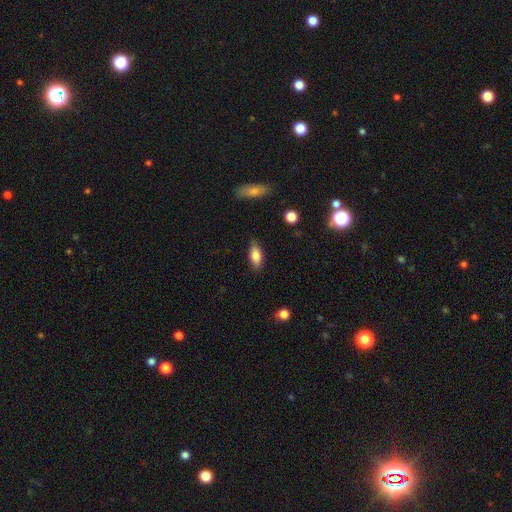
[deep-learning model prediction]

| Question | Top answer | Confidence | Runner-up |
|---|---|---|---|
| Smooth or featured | smooth | 83% | featured or disk (10%) |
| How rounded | in between | 84% | cigar-shaped (13%) |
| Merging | none | 81% | minor disturbance (15%) |